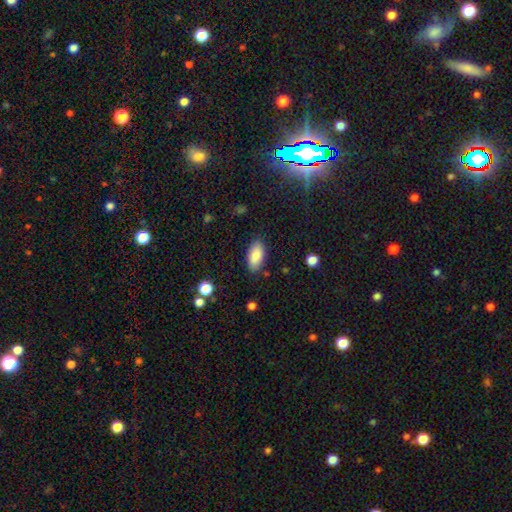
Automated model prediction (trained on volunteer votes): A smooth galaxy with no disk features (86%) that is in between round and cigar-shaped (91%). Merging: none (85%).